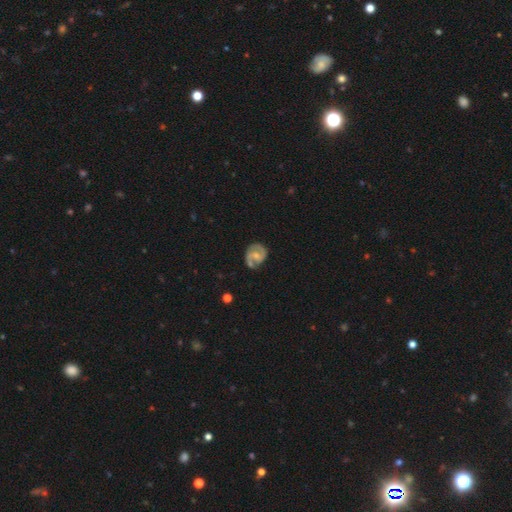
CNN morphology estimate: Q: Smooth or featured?
A: featured or disk (80%); runner-up: smooth (15%)
Q: Edge-on disk?
A: no (98%); runner-up: yes (2%)
Q: Bar?
A: weak (47%); runner-up: no (41%)
Q: Spiral arms?
A: yes (94%); runner-up: no (6%)
Q: Spiral winding?
A: medium (51%); runner-up: tight (33%)
Q: Spiral arm count?
A: 2 (84%); runner-up: can't tell (6%)
Q: Bulge size?
A: small (46%); runner-up: moderate (38%)
Q: Merging?
A: none (65%); runner-up: minor disturbance (21%)